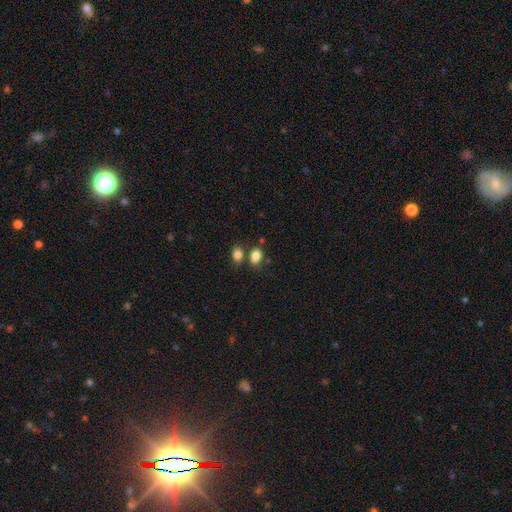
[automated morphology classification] This appears to be a smooth galaxy with no disk features (84%) that is in between round and cigar-shaped (82%). Merging: none (60%).